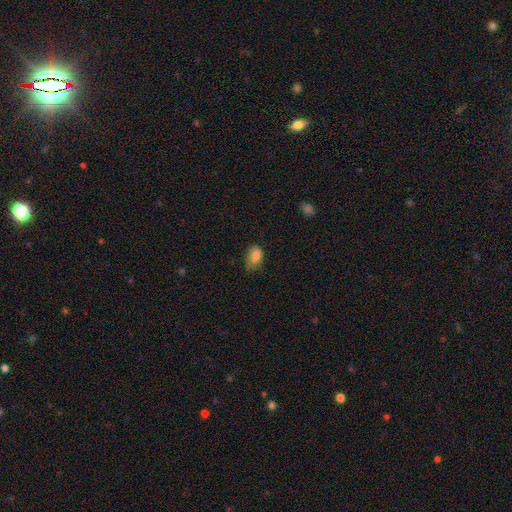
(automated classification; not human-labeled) Smooth or featured? smooth (83%)
How rounded? in between (85%)
Merging? none (49%)